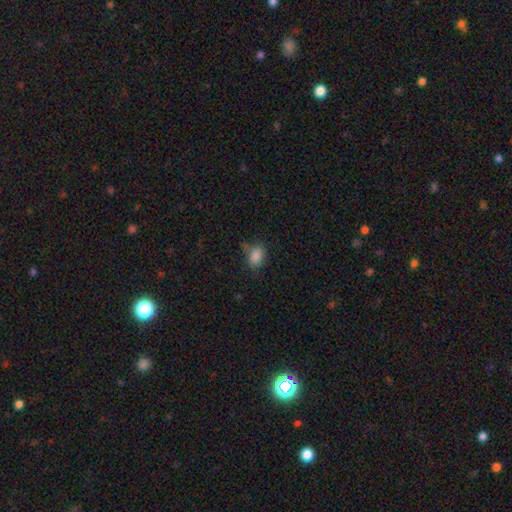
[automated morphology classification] smooth-or-featured: smooth: 85% | star or artifact: 10% | featured or disk: 5%
  how-rounded: in between: 72% | round: 26% | cigar-shaped: 1%
  merging: none: 62% | minor disturbance: 24% | major disturbance: 8% | merger: 6%